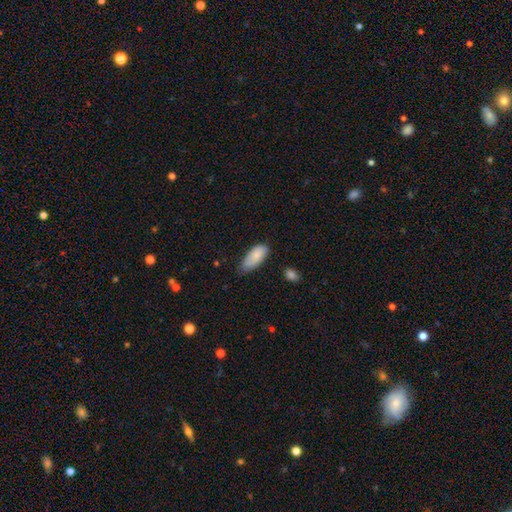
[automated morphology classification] A smooth galaxy with no disk features (82%) that is in between round and cigar-shaped (90%).

Vote fractions:
- Smooth or featured? smooth: 82% / featured or disk: 12% / star or artifact: 6%
- How rounded? in between: 90% / cigar-shaped: 8% / round: 2%
- Merging? none: 54% / minor disturbance: 38% / major disturbance: 6% / merger: 2%